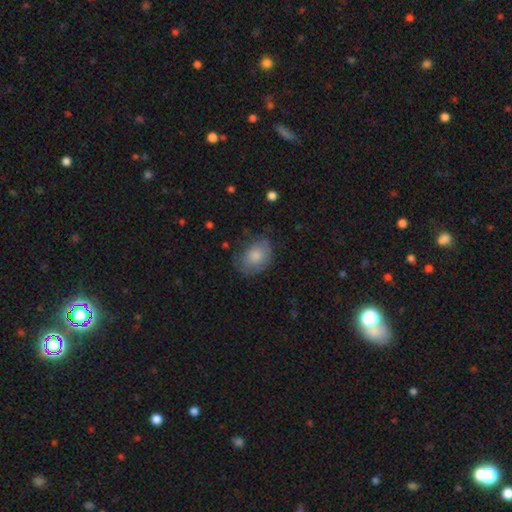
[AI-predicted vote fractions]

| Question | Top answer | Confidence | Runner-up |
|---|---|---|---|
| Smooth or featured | smooth | 79% | featured or disk (13%) |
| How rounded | in between | 70% | round (29%) |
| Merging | none | 62% | minor disturbance (28%) |